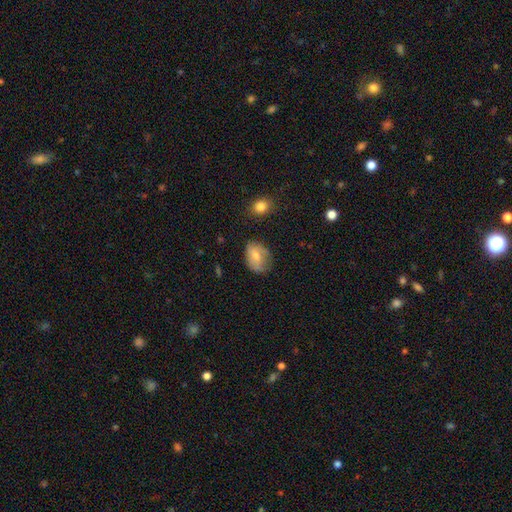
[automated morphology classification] Smooth or featured? smooth (69%)
How rounded? in between (72%)
Merging? none (60%)